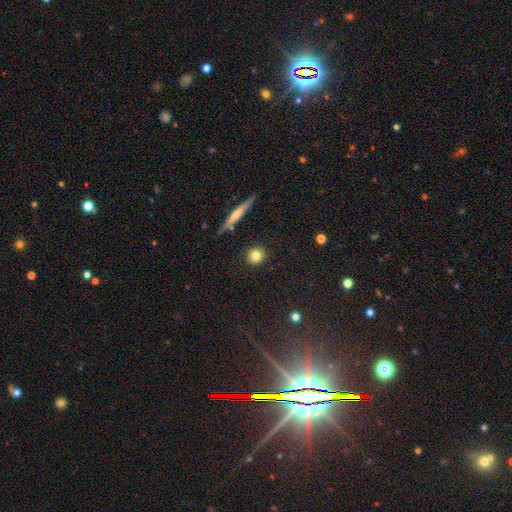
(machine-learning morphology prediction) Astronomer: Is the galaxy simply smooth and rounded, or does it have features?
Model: smooth — 80%.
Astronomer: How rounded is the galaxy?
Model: round — 91%.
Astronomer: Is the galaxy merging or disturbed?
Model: none — 90%.